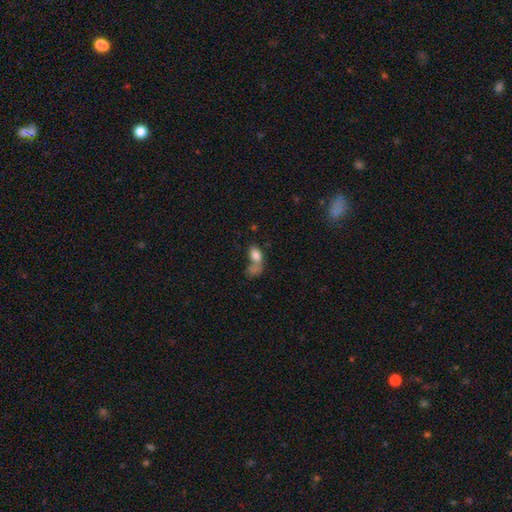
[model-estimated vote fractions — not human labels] smooth_or_featured: smooth (p=0.78) [alt: featured or disk p=0.13]
how_rounded: in between (p=0.83) [alt: round p=0.13]
merging: merger (p=0.54) [alt: none p=0.21]